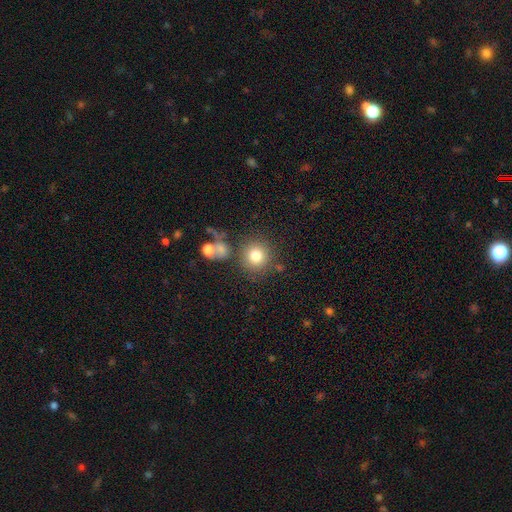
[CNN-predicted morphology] This appears to be a smooth galaxy with no disk features (79%) that is round (92%). Merging: none (75%).